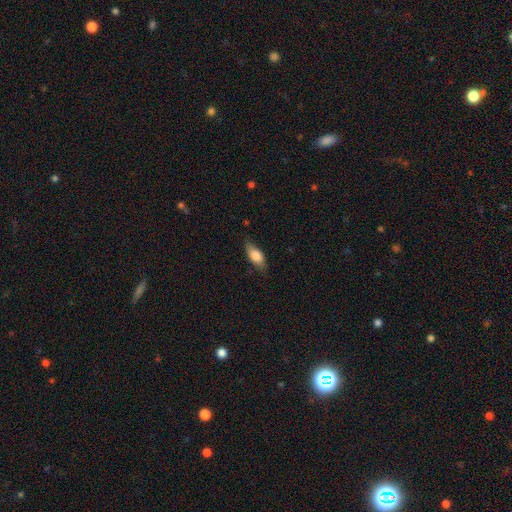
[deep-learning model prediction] The model was most divided on "merging": none: 72%, minor disturbance: 22%, major disturbance: 5%, merger: 1%. More confident: how rounded — in between (80%); smooth or featured — smooth (76%).